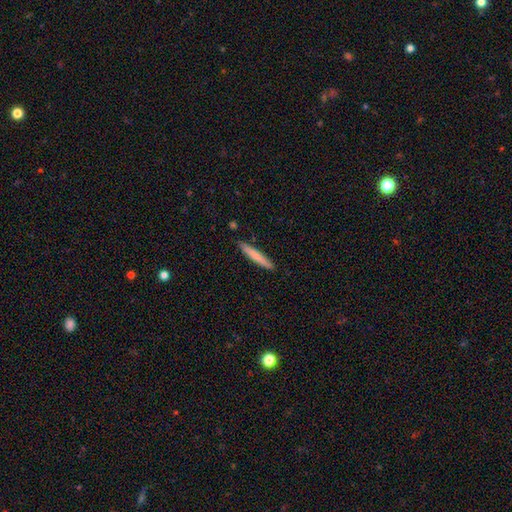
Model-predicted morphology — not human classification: This is likely a smooth galaxy (72%). How rounded: clearly cigar-shaped (95%). Merging: clearly none (88%).